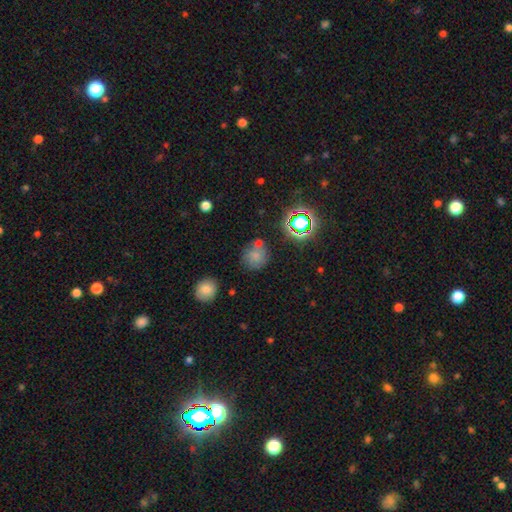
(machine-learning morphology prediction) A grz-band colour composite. It shows a smooth galaxy with no disk features (71%) that is round (87%). Merging: none (63%).